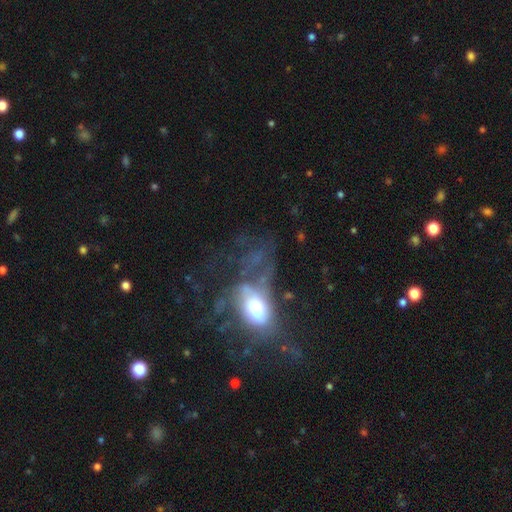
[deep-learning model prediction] Overall: featured or disk (53%; smooth 29%). Edge-on disk: no (91%). Merging: major disturbance (54%; none 25%).